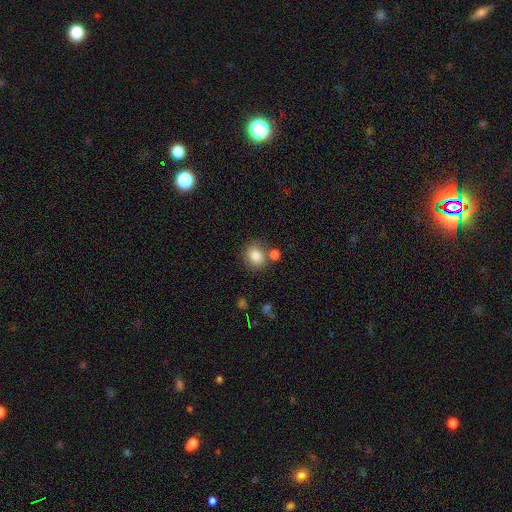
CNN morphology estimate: Smooth or featured? smooth (84%)
How rounded? round (57%)
Merging? none (63%)